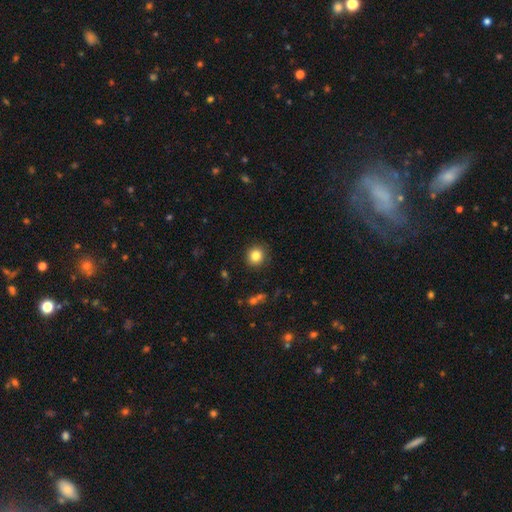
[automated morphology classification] Smooth or featured: smooth — 83% (star or artifact — 11%)
How rounded: round — 87% (in between — 12%)
Merging: none — 89% (minor disturbance — 7%)